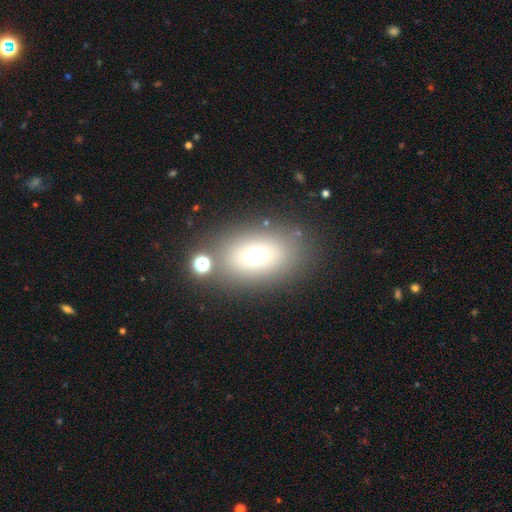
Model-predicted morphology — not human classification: This appears to be a smooth galaxy with no disk features (67%) that is in between round and cigar-shaped (78%). Merging: none (74%).